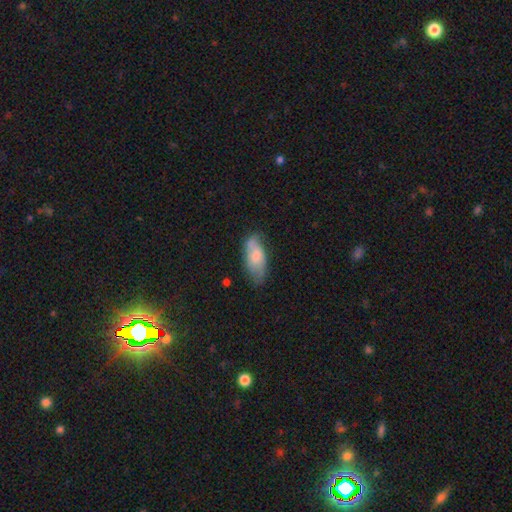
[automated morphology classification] smooth_or_featured: smooth (p=0.66) [alt: featured or disk p=0.27]
how_rounded: in between (p=0.86) [alt: cigar-shaped p=0.11]
merging: none (p=0.58) [alt: minor disturbance p=0.30]